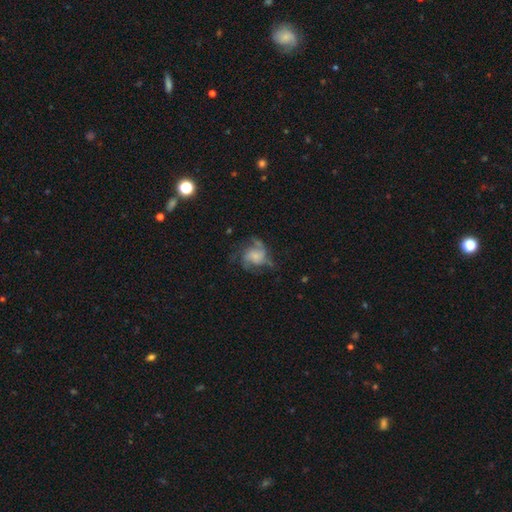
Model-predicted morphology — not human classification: A featured or disk galaxy (66%) with no bar (74%), 3 (39%) medium (46%) spiral arms (86%) and a small central bulge (41%). Merging: none (51%).